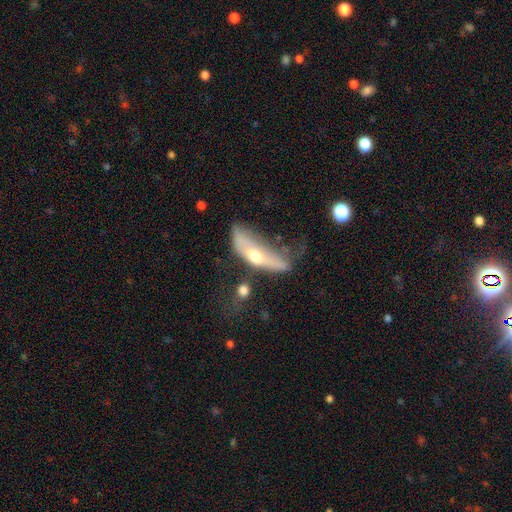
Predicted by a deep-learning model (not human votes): featured or disk 48%, smooth 44%, star or artifact 8%. Down the decision tree: merging — major disturbance (41%).